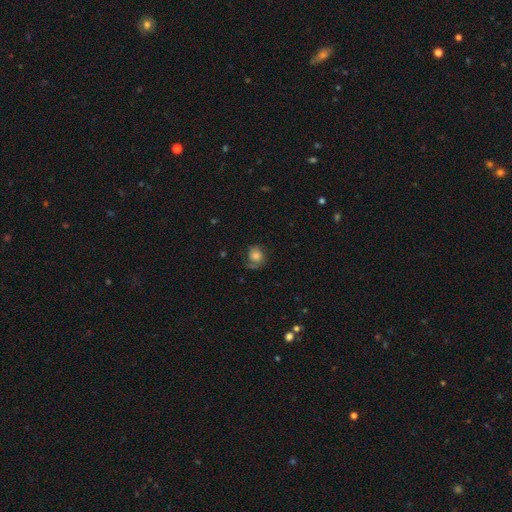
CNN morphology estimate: Smooth or featured?
  - smooth: 63% *
  - featured or disk: 28%
  - star or artifact: 10%
How rounded?
  - round: 69% *
  - in between: 30%
  - cigar-shaped: 1%
Merging?
  - none: 51% *
  - minor disturbance: 26%
  - major disturbance: 20%
  - merger: 2%